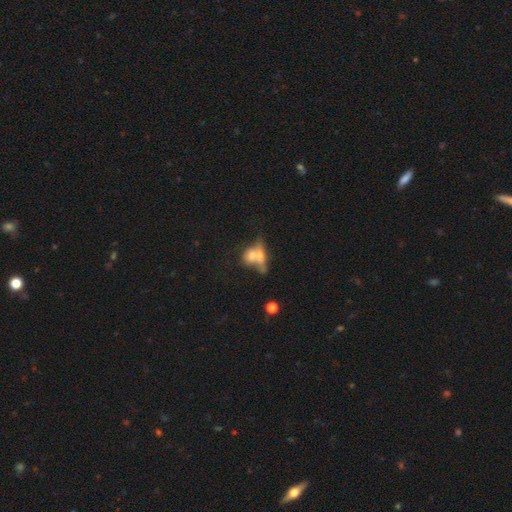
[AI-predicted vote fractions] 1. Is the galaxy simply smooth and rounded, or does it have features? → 55% smooth, 36% featured or disk, 10% star or artifact.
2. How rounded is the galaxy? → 54% in between, 24% round, 21% cigar-shaped.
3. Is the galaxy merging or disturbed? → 58% merger, 26% none, 9% minor disturbance, 7% major disturbance.